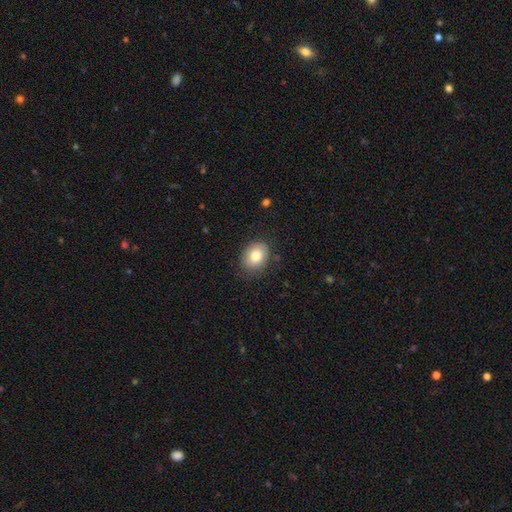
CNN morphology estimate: smooth 80%, featured or disk 12%, star or artifact 8%. Down the decision tree: how rounded — in between (60%); merging — none (81%).